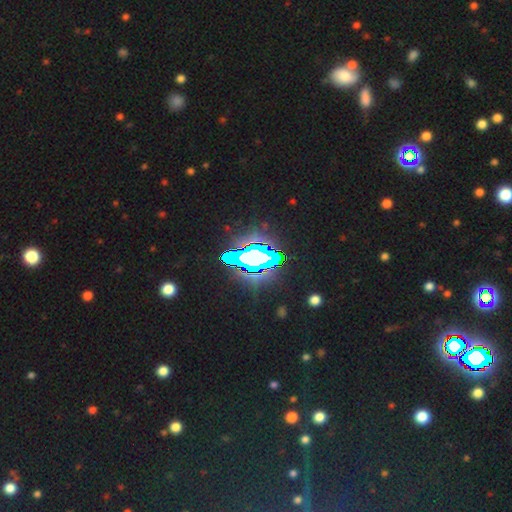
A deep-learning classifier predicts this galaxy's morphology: A star or artifact, not a galaxy (65%).